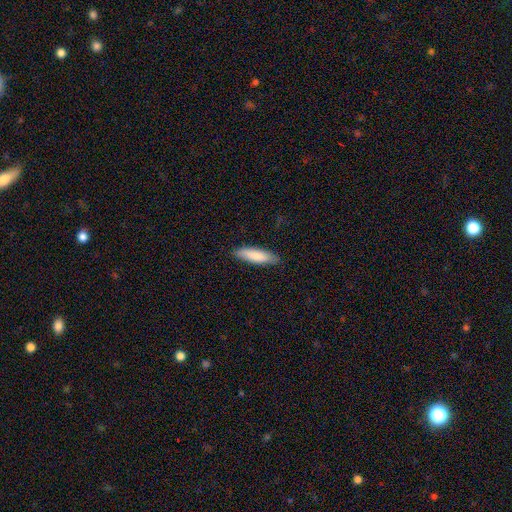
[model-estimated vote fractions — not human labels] Overall: smooth (84%). How rounded: cigar-shaped (60%; in between 39%). Merging: none (85%).